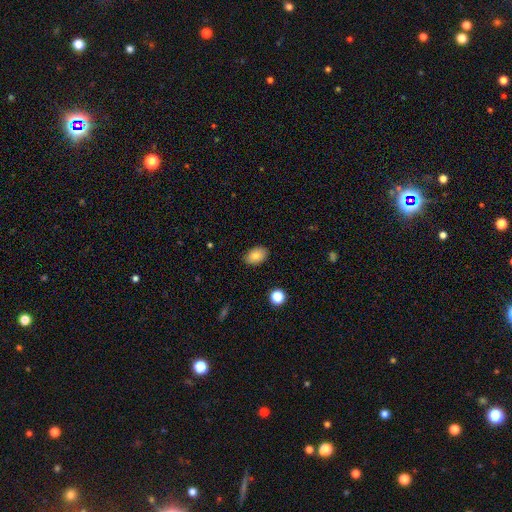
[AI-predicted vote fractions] Smooth or featured? smooth (81%)
How rounded? in between (87%)
Merging? none (87%)